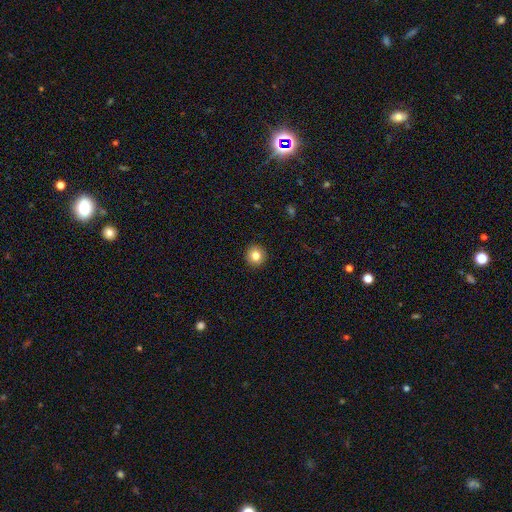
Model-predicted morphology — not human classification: A smooth galaxy with no disk features (82%) that is round (93%). Merging: none (93%).